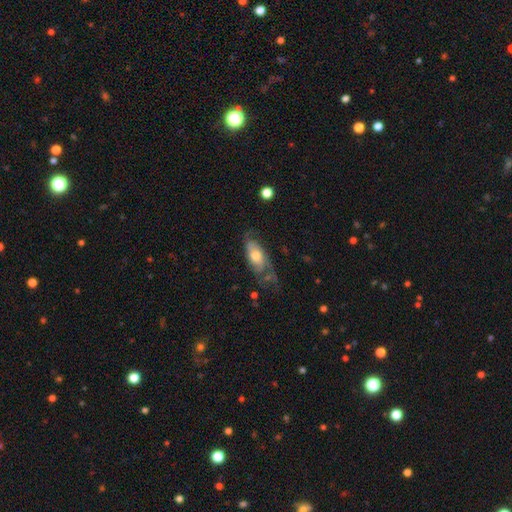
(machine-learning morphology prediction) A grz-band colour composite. It shows a featured or disk galaxy (51%). Merging: none (41%).